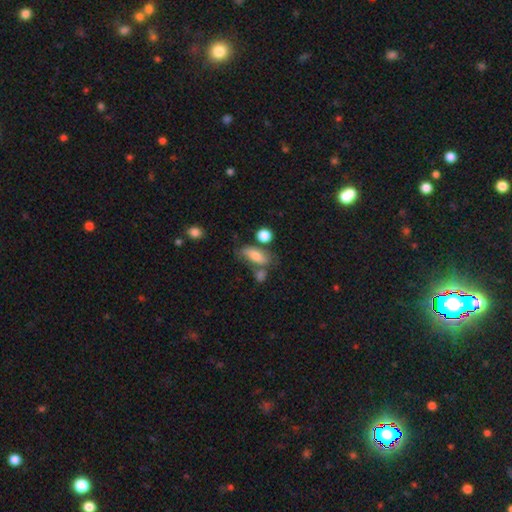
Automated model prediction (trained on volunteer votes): Smooth or featured: smooth — 71% (featured or disk — 20%)
How rounded: in between — 77% (cigar-shaped — 16%)
Merging: none — 52% (minor disturbance — 20%)